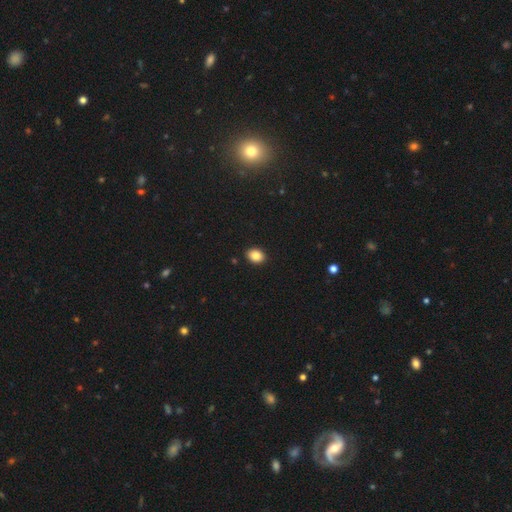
This is clearly a smooth galaxy (92%). How rounded: likely in between (68%). Merging: clearly none (91%).